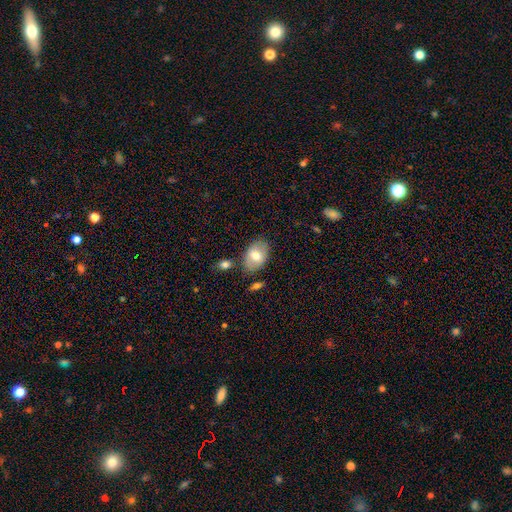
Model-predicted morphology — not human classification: Smooth or featured? smooth (68%)
How rounded? in between (89%)
Merging? none (79%)